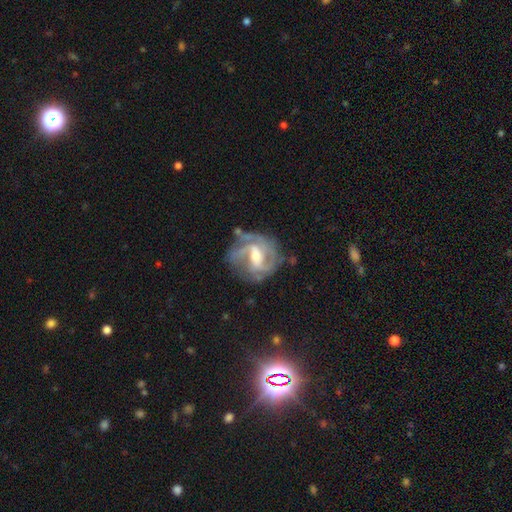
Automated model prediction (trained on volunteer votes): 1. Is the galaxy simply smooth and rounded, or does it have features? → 85% featured or disk, 9% smooth, 7% star or artifact.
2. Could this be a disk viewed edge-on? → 97% no, 3% yes.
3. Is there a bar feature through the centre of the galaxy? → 52% weak, 28% strong, 20% no.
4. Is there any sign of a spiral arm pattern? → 93% yes, 7% no.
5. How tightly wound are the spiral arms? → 45% tight, 42% medium, 13% loose.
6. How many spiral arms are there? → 40% 2, 23% 3, 23% can't tell, 5% 4, 5% 1, 4% more than 4.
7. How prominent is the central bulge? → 60% moderate, 31% small, 5% large, 2% none, 1% dominant.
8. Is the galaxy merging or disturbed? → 63% none, 21% minor disturbance, 12% major disturbance, 3% merger.